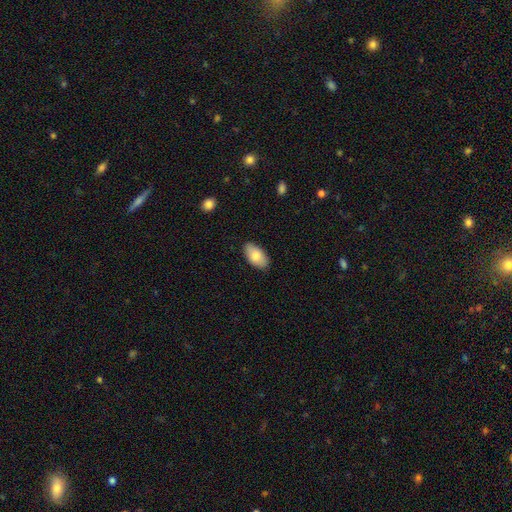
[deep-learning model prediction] smooth 82%, featured or disk 11%, star or artifact 6%. Down the decision tree: how rounded — in between (95%); merging — none (85%).